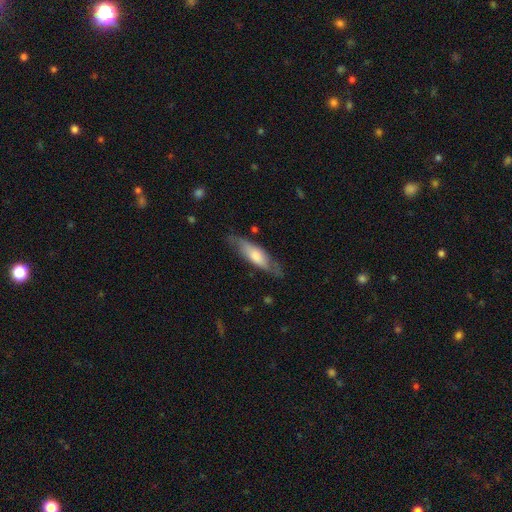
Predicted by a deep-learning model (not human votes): This appears to be a smooth galaxy with no disk features (57%) that is cigar-shaped (53%). Merging: none (69%).